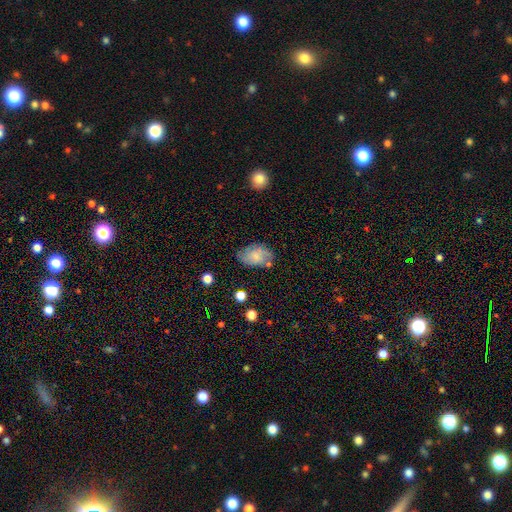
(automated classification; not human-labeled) Morphology: type=smooth (59%); roundness=in between (89%); merging=none (61%).